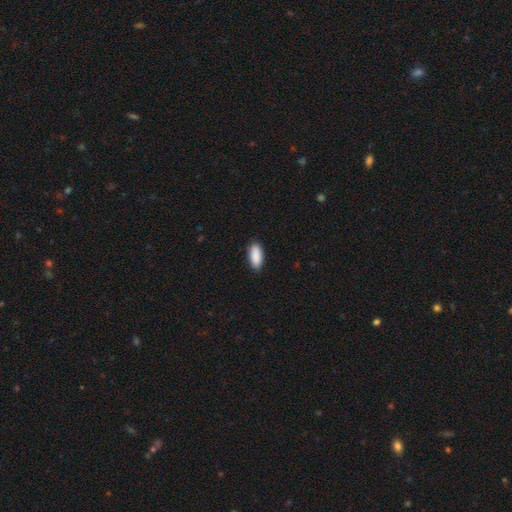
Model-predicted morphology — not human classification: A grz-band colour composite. It shows a smooth galaxy with no disk features (91%) that is in between round and cigar-shaped (86%). Merging: none (87%).